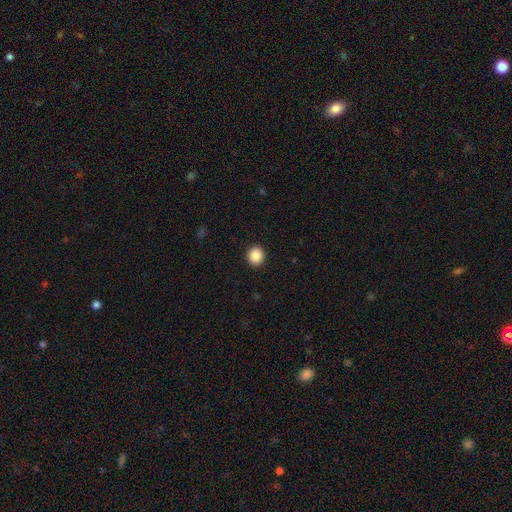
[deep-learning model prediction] A smooth galaxy with no disk features (88%) that is round (91%).

Vote fractions:
- Smooth or featured? smooth: 88% / star or artifact: 9% / featured or disk: 3%
- How rounded? round: 91% / in between: 9% / cigar-shaped: 1%
- Merging? none: 93% / minor disturbance: 4% / major disturbance: 2% / merger: 1%